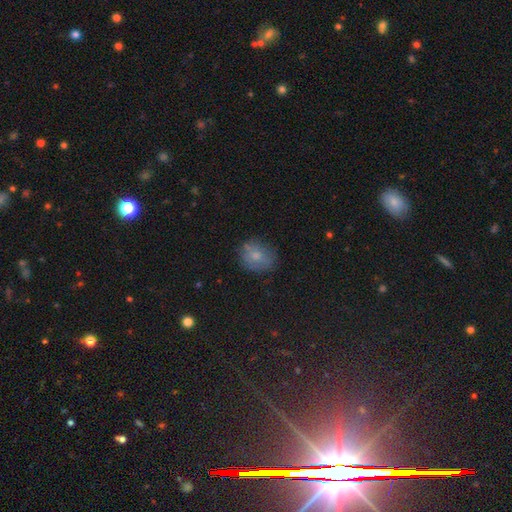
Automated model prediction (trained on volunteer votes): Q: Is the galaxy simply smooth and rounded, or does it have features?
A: smooth — 71%.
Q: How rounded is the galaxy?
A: round — 64%.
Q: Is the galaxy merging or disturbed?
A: none — 68%.